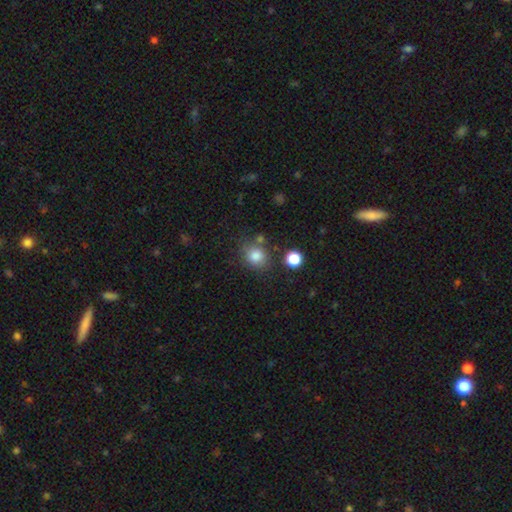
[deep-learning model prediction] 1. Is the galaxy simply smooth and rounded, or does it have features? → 82% smooth, 11% star or artifact, 6% featured or disk.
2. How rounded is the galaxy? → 72% round, 27% in between, 1% cigar-shaped.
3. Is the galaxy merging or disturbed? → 72% none, 14% minor disturbance, 9% merger, 5% major disturbance.